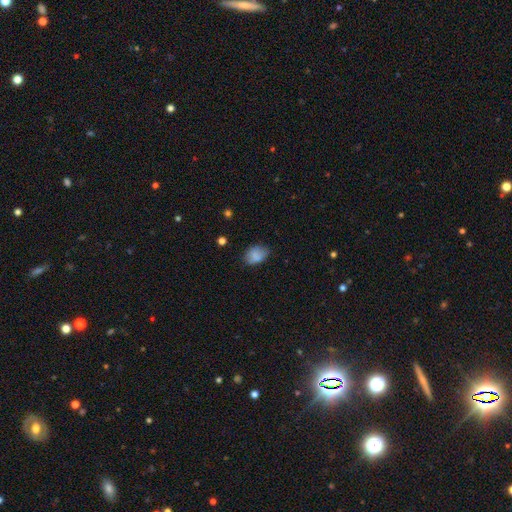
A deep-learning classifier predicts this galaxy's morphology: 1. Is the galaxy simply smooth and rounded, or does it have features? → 84% smooth, 9% star or artifact, 7% featured or disk.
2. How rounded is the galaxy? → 76% in between, 23% round, 1% cigar-shaped.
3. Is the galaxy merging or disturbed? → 69% none, 24% minor disturbance, 5% major disturbance, 2% merger.